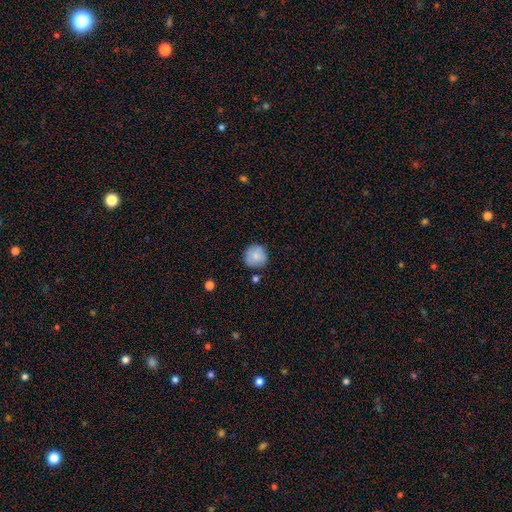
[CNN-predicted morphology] Q: Smooth or featured?
A: smooth (81%); runner-up: featured or disk (11%)
Q: How rounded?
A: round (92%); runner-up: in between (7%)
Q: Merging?
A: none (78%); runner-up: minor disturbance (14%)